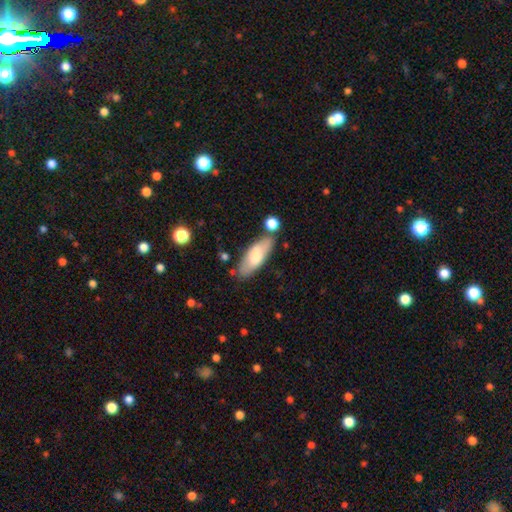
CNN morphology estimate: A smooth galaxy with no disk features (69%) that is in between round and cigar-shaped (70%). Merging: none (71%).